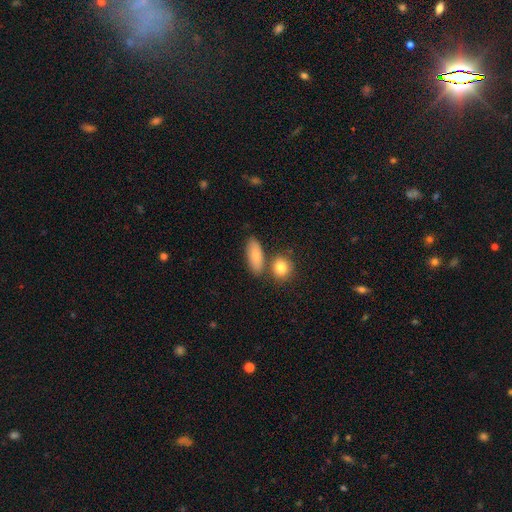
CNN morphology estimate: The model was most divided on "merging": none: 71%, merger: 15%, minor disturbance: 11%, major disturbance: 3%. More confident: smooth or featured — smooth (81%); how rounded — in between (76%).